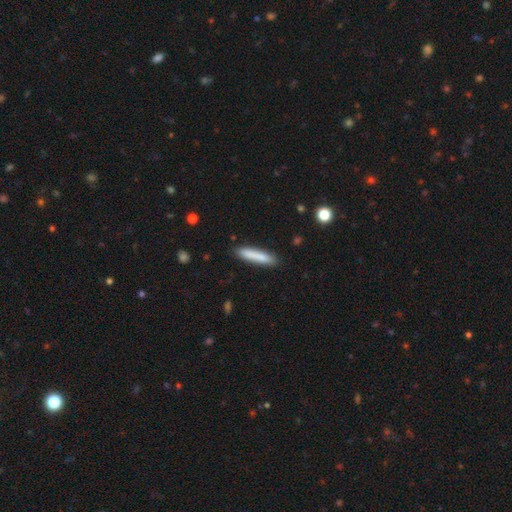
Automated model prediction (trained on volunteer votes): Overall: smooth (82%). How rounded: cigar-shaped (89%). Merging: none (87%).